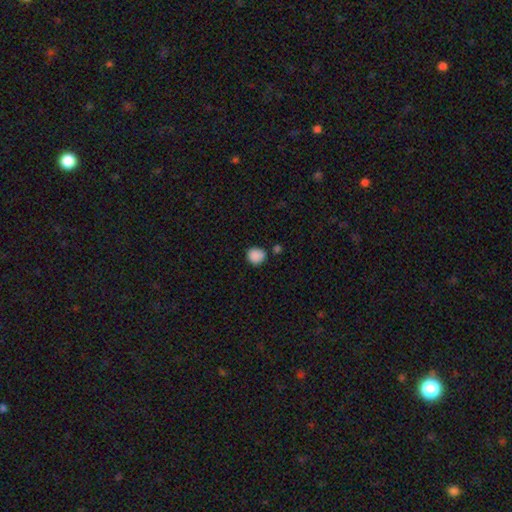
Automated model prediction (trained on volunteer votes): Smooth or featured? Predicted: smooth (p=0.88). How rounded? Predicted: round (p=0.81). Merging? Predicted: none (p=0.73).